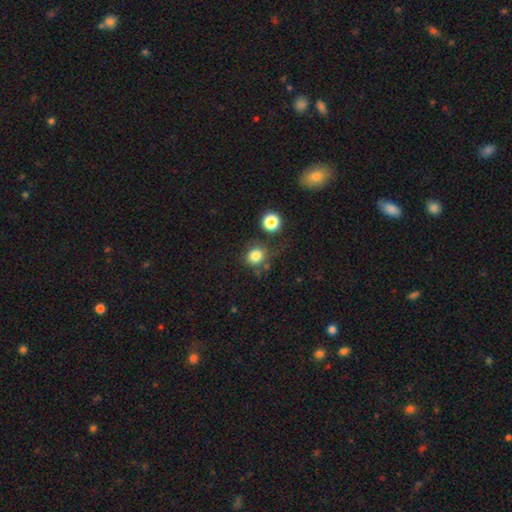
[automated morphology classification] Q: Smooth or featured?
A: smooth (82%); runner-up: star or artifact (12%)
Q: How rounded?
A: round (81%); runner-up: in between (18%)
Q: Merging?
A: none (67%); runner-up: minor disturbance (16%)